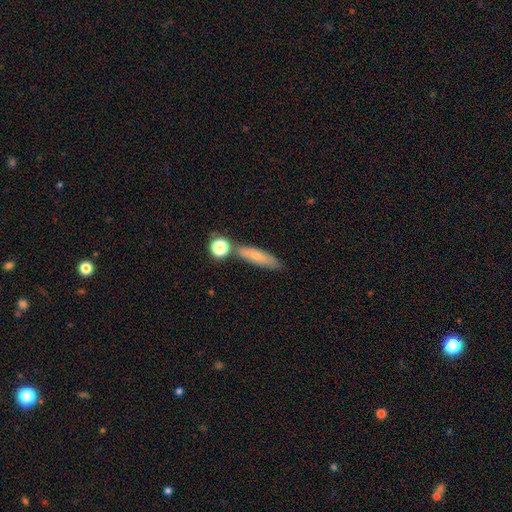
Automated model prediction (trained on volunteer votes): smooth-or-featured: smooth: 66% | featured or disk: 25% | star or artifact: 9%
  how-rounded: cigar-shaped: 70% | in between: 25% | round: 4%
  merging: none: 68% | minor disturbance: 15% | merger: 13% | major disturbance: 4%